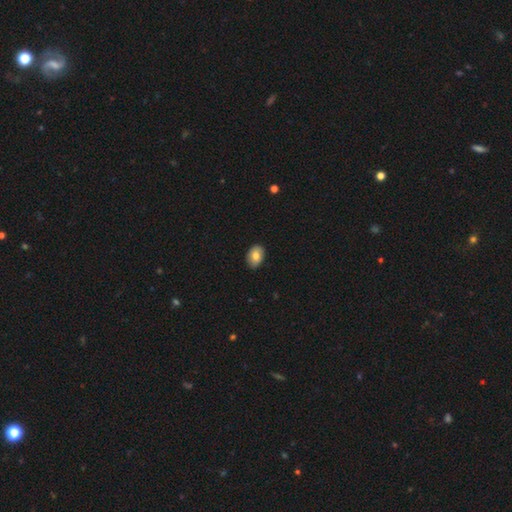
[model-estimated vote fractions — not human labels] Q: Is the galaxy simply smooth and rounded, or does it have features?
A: smooth — 79%.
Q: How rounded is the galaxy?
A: in between — 81%.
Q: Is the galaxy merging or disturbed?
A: none — 87%.